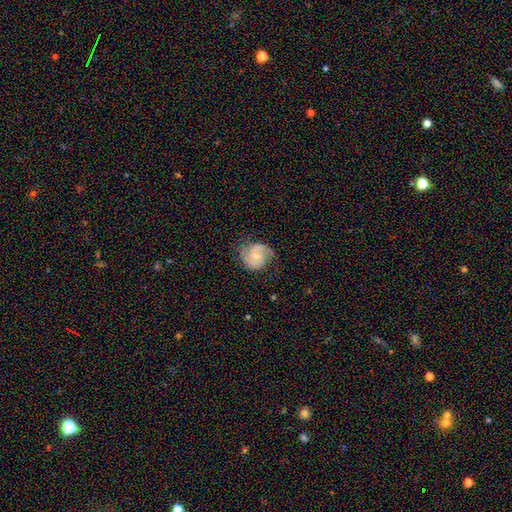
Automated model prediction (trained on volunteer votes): Smooth or featured: featured or disk — 79% (smooth — 15%)
Edge-on disk: no — 98% (yes — 2%)
Bar: no — 58% (weak — 35%)
Spiral arms: yes — 96% (no — 4%)
Spiral winding: medium — 45% (tight — 40%)
Spiral arm count: 2 — 83% (can't tell — 6%)
Bulge size: small — 55% (moderate — 37%)
Merging: none — 68% (minor disturbance — 21%)